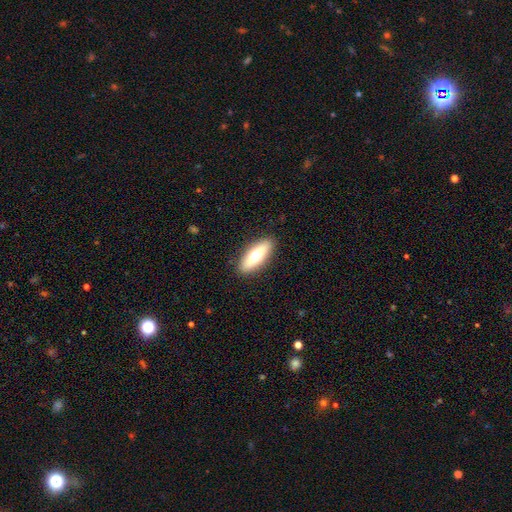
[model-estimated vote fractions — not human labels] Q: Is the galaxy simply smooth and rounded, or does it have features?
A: smooth — 62%.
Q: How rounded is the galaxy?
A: in between — 62%.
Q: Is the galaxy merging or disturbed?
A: none — 89%.